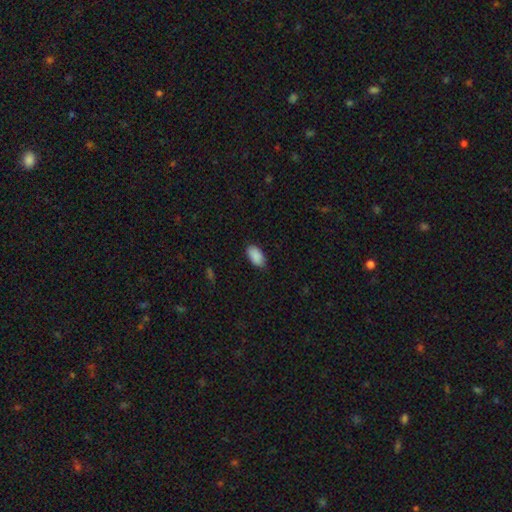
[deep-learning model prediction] This appears to be a smooth galaxy with no disk features (90%) that is in between round and cigar-shaped (94%). Merging: none (82%).